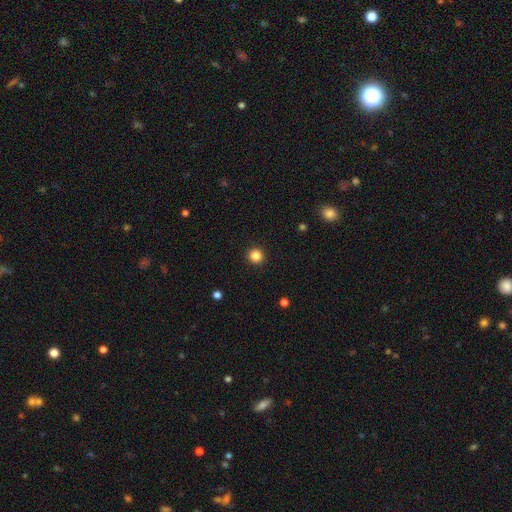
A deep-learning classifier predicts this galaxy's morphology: Smooth or featured? smooth (85%)
How rounded? round (95%)
Merging? none (93%)